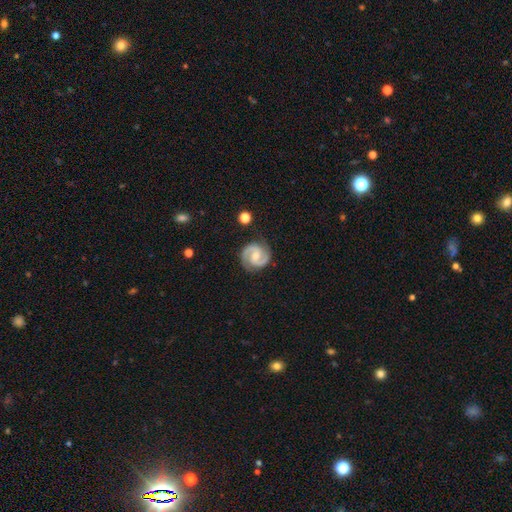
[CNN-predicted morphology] Smooth or featured? Predicted: featured or disk (p=0.90). Edge-on disk? Predicted: no (p=0.98). Bar? Predicted: weak (p=0.46). Spiral arms? Predicted: yes (p=0.98). Spiral winding? Predicted: medium (p=0.54). Spiral arm count? Predicted: 2 (p=0.94). Bulge size? Predicted: moderate (p=0.48). Merging? Predicted: none (p=0.86).